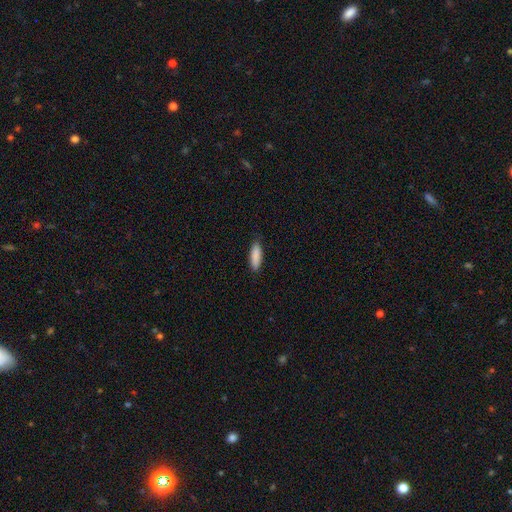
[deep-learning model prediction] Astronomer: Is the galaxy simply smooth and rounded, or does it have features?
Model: smooth — 88%.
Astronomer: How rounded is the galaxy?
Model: cigar-shaped — 54% (runner-up: in between, 45%).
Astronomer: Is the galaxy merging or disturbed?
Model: none — 84%.